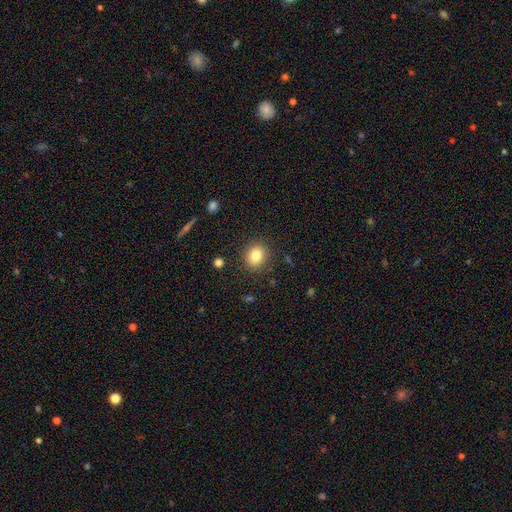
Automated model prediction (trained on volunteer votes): Smooth or featured?
  - smooth: 82% *
  - star or artifact: 10%
  - featured or disk: 7%
How rounded?
  - round: 72% *
  - in between: 27%
  - cigar-shaped: 1%
Merging?
  - none: 88% *
  - minor disturbance: 8%
  - major disturbance: 3%
  - merger: 1%